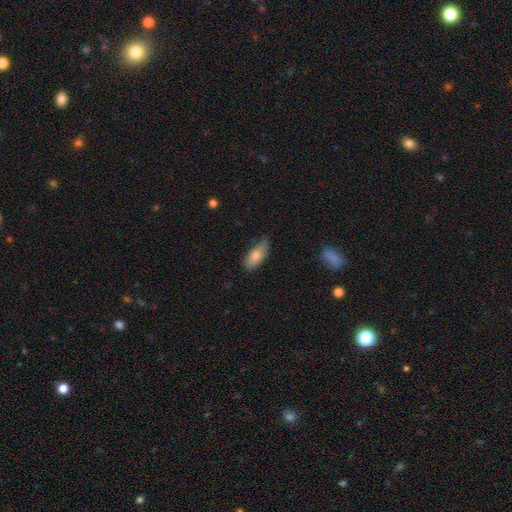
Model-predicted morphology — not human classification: This appears to be a smooth galaxy with no disk features (80%) that is in between round and cigar-shaped (80%). Merging: none (67%).